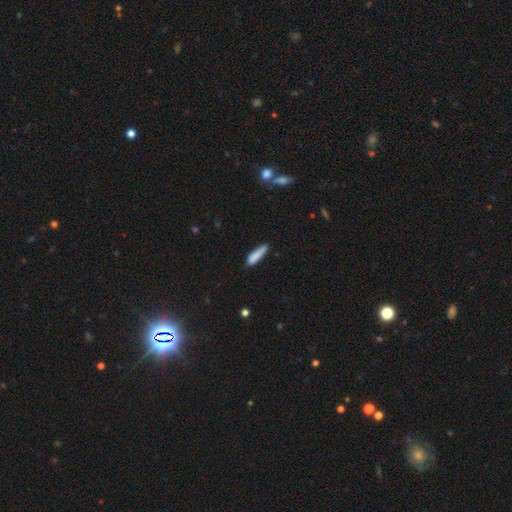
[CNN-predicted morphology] This appears to be a smooth galaxy with no disk features (85%) that is cigar-shaped (79%). Merging: none (72%).